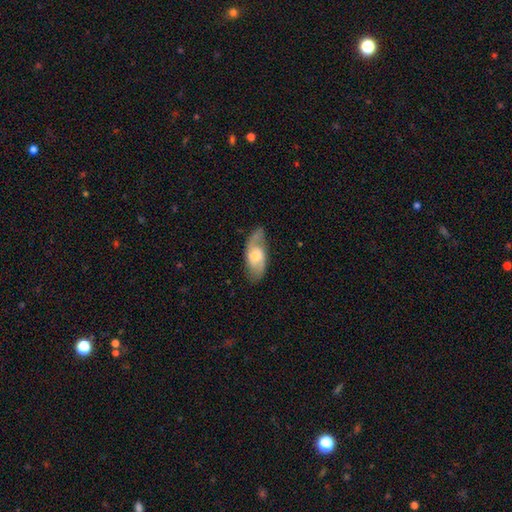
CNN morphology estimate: Smooth or featured? featured or disk (64%)
Edge-on disk? no (90%)
Bar? no (61%)
Spiral arms? yes (86%)
Bulge size? moderate (48%)
Merging? none (73%)